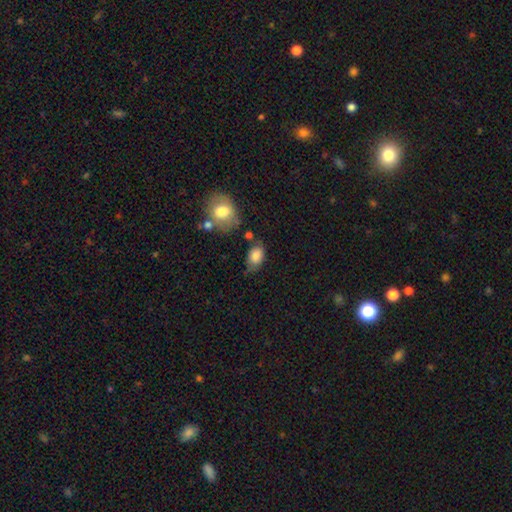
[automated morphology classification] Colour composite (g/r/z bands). It shows a smooth galaxy with no disk features (80%) that is in between round and cigar-shaped (82%). Merging: none (53%).